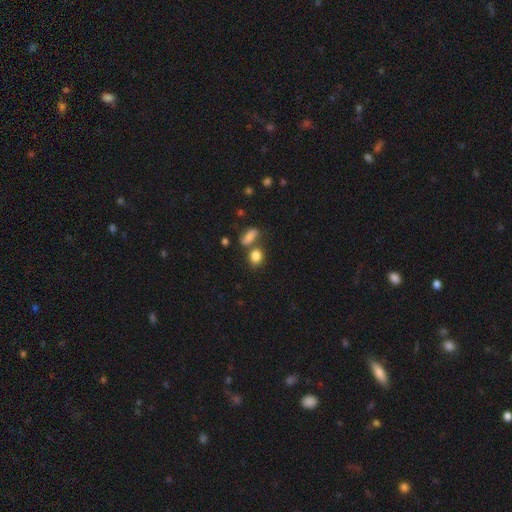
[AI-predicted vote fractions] Smooth or featured? smooth (84%)
How rounded? in between (53%)
Merging? none (56%)